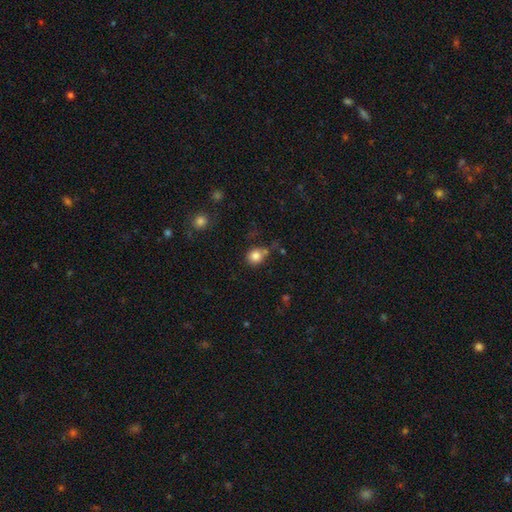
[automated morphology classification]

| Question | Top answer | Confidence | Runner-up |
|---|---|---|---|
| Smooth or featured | smooth | 83% | star or artifact (11%) |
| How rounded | round | 82% | in between (17%) |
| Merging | none | 65% | minor disturbance (18%) |